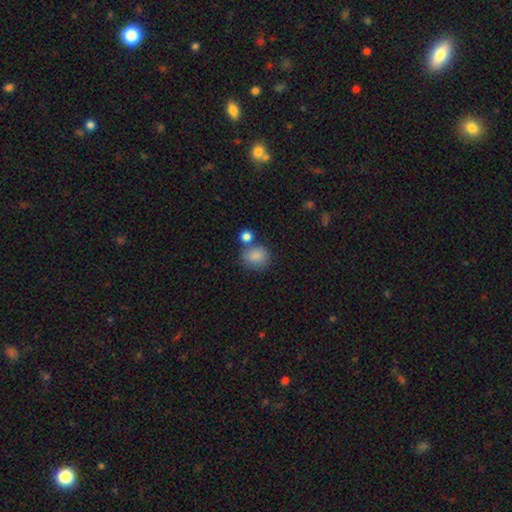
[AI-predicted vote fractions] smooth-or-featured: smooth: 85% | star or artifact: 9% | featured or disk: 7%
  how-rounded: round: 75% | in between: 24% | cigar-shaped: 1%
  merging: none: 59% | merger: 22% | minor disturbance: 14% | major disturbance: 5%